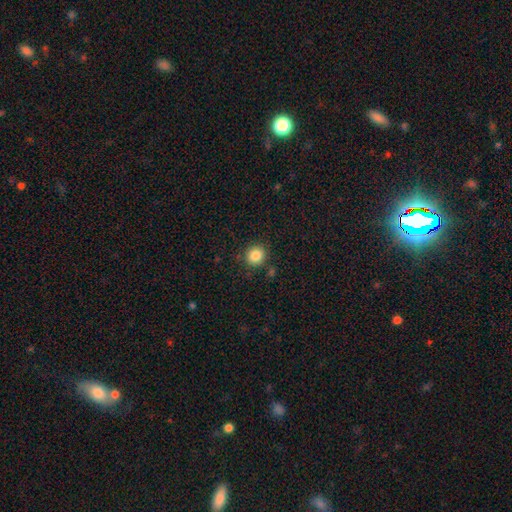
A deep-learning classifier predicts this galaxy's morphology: The model was most divided on "how rounded": round: 87%, in between: 12%, cigar-shaped: 1%. More confident: merging — none (87%); smooth or featured — smooth (86%).